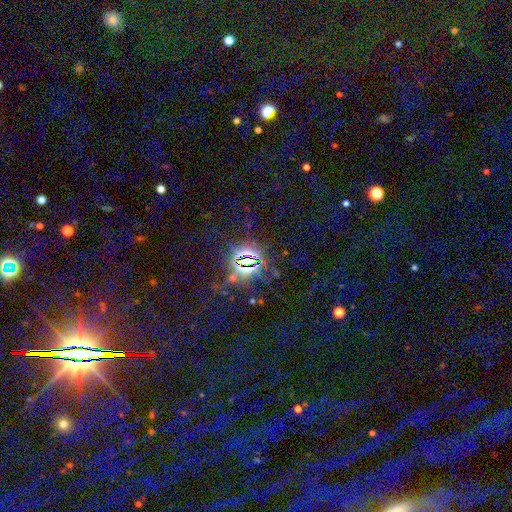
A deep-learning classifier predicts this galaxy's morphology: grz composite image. It shows a star or artifact, not a galaxy (82%).